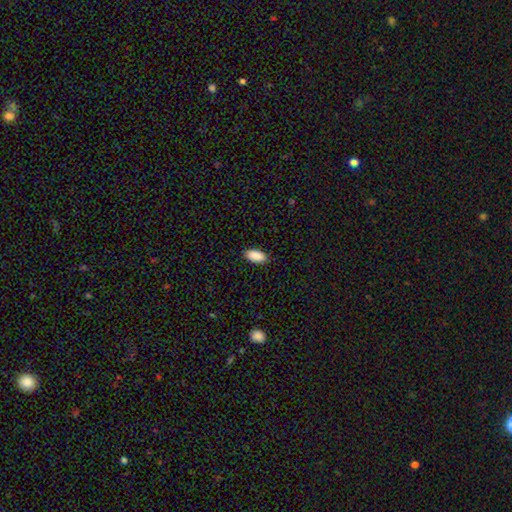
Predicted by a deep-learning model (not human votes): Smooth or featured? Predicted: smooth (p=0.91). How rounded? Predicted: in between (p=0.93). Merging? Predicted: none (p=0.89).